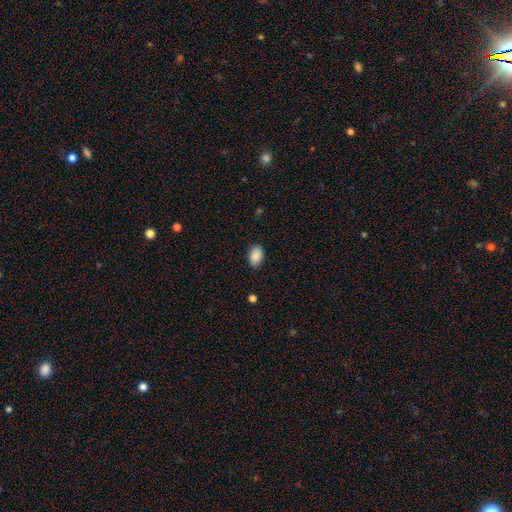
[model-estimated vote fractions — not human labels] Morphology: type=smooth (89%); roundness=in between (90%); merging=none (86%).